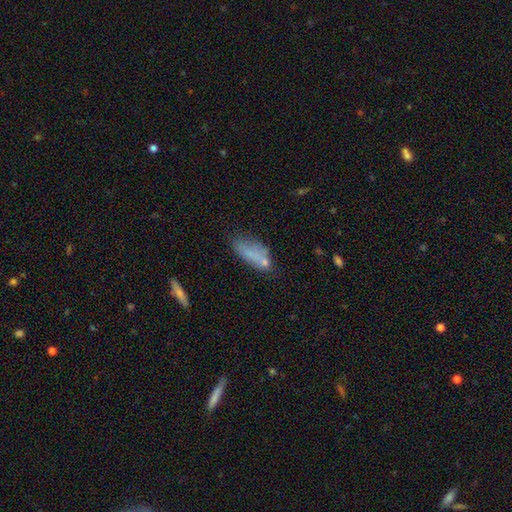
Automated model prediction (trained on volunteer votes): Overall: smooth (67%). How rounded: in between (70%). Merging: none (43%; minor disturbance 29%).